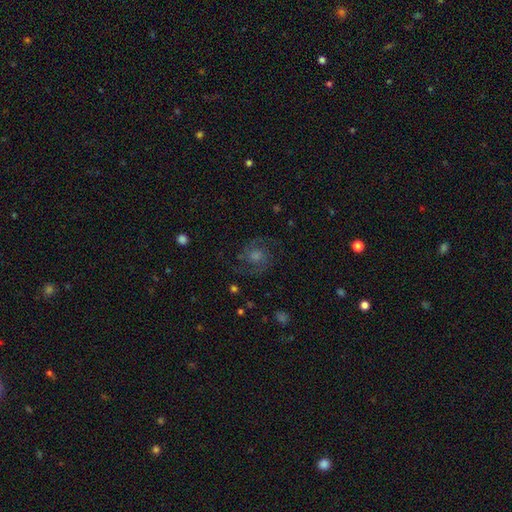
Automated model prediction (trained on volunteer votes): Smooth or featured? featured or disk (74%)
Edge-on disk? no (98%)
Bar? no (61%)
Spiral arms? yes (96%)
Spiral winding? medium (55%)
Spiral arm count? 2 (83%)
Bulge size? moderate (48%)
Merging? none (80%)